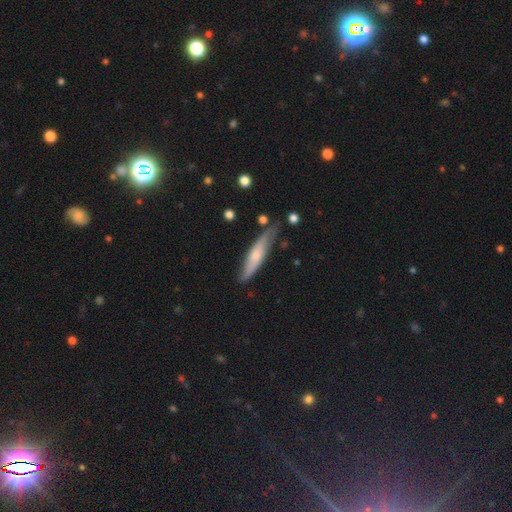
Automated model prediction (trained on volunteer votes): Morphology: type=smooth (51%); roundness=cigar-shaped (84%); merging=none (71%).